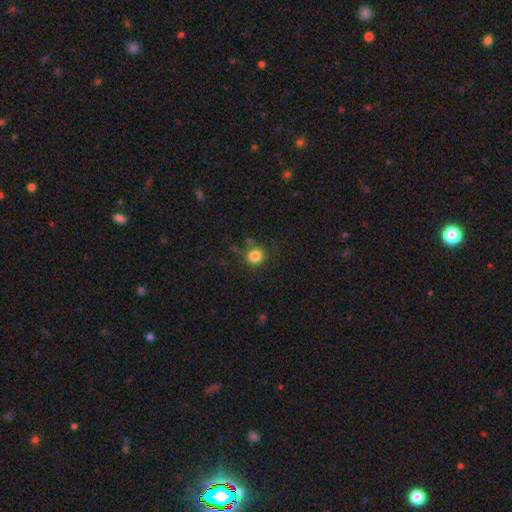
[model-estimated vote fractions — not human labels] smooth 83%, star or artifact 12%, featured or disk 5%. Down the decision tree: how rounded — round (90%); merging — none (78%).